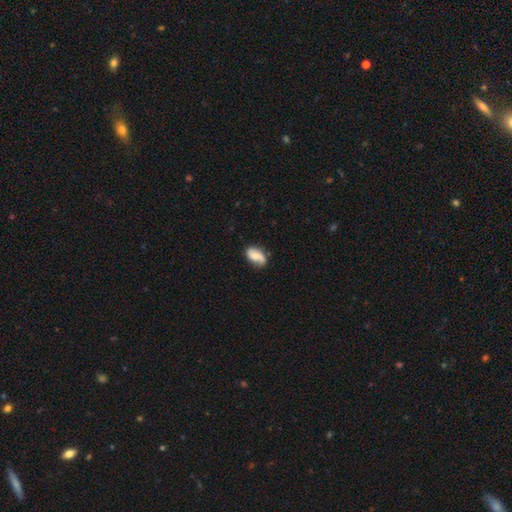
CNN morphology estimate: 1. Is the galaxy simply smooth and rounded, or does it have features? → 47% featured or disk, 45% smooth, 8% star or artifact.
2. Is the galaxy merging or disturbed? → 63% none, 26% minor disturbance, 8% major disturbance, 3% merger.